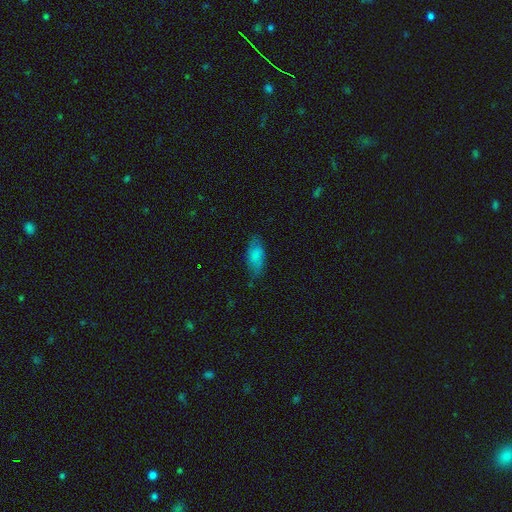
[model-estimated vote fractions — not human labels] A smooth galaxy with no disk features (76%) that is in between round and cigar-shaped (87%).

Vote fractions:
- Smooth or featured? smooth: 76% / featured or disk: 16% / star or artifact: 7%
- How rounded? in between: 87% / cigar-shaped: 10% / round: 3%
- Merging? none: 71% / minor disturbance: 22% / major disturbance: 6% / merger: 1%